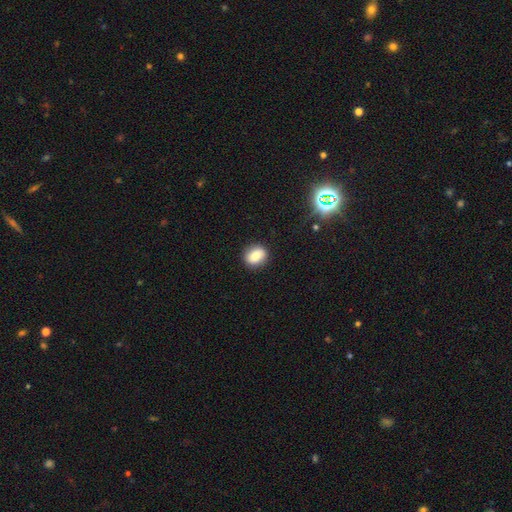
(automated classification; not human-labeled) Q: Smooth or featured?
A: smooth (80%); runner-up: featured or disk (10%)
Q: How rounded?
A: round (58%); runner-up: in between (41%)
Q: Merging?
A: none (87%); runner-up: minor disturbance (10%)